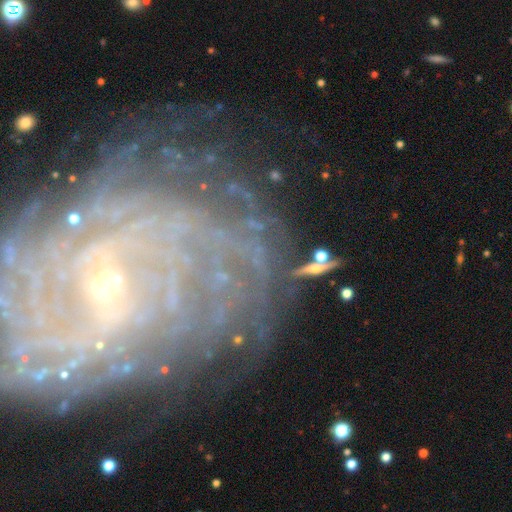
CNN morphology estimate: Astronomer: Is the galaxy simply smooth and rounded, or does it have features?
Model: featured or disk — 66%.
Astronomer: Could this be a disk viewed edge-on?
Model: no — 79%.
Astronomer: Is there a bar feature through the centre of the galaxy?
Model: no — 54%.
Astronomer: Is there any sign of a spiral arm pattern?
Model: yes — 77%.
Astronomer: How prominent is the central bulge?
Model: small — 50%.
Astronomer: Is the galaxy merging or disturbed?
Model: none — 70%.